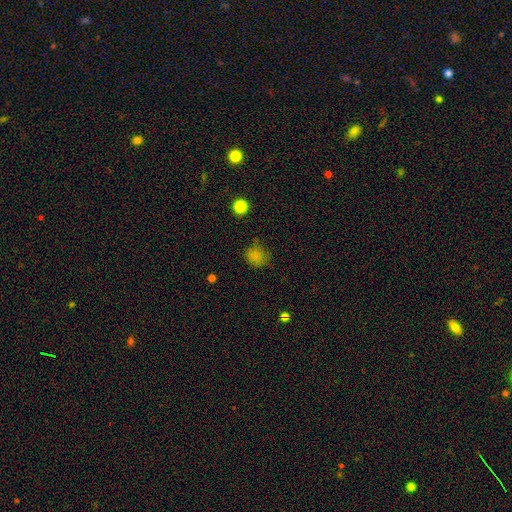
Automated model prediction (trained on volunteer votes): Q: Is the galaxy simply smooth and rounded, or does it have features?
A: smooth — 77%.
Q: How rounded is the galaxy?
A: round — 79%.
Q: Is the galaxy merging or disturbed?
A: none — 70%.